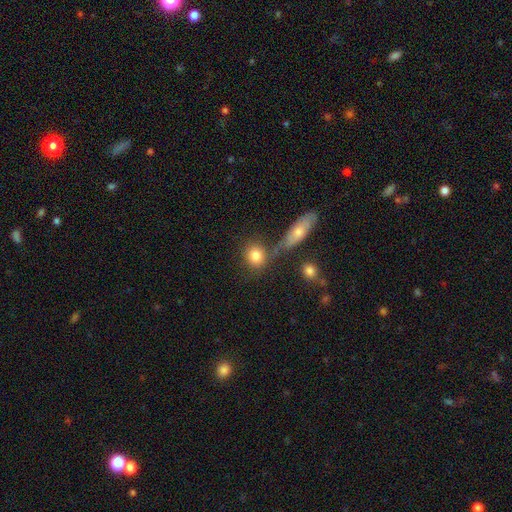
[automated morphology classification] Smooth or featured?
  - smooth: 81% *
  - featured or disk: 10%
  - star or artifact: 9%
How rounded?
  - round: 77% *
  - in between: 20%
  - cigar-shaped: 3%
Merging?
  - none: 67% *
  - merger: 18%
  - minor disturbance: 11%
  - major disturbance: 4%